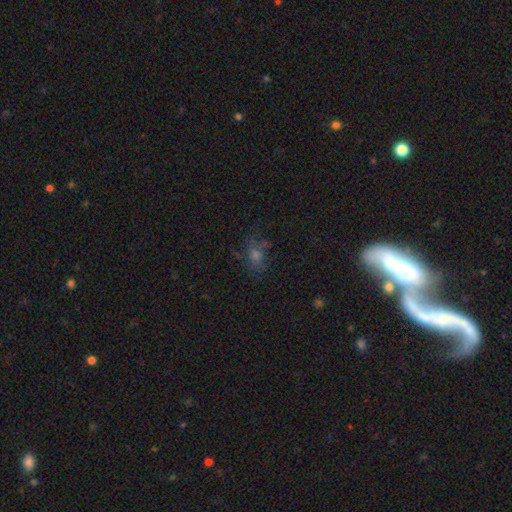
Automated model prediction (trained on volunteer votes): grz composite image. It shows a smooth galaxy with no disk features (52%) that is in between round and cigar-shaped (57%). Merging: none (66%).